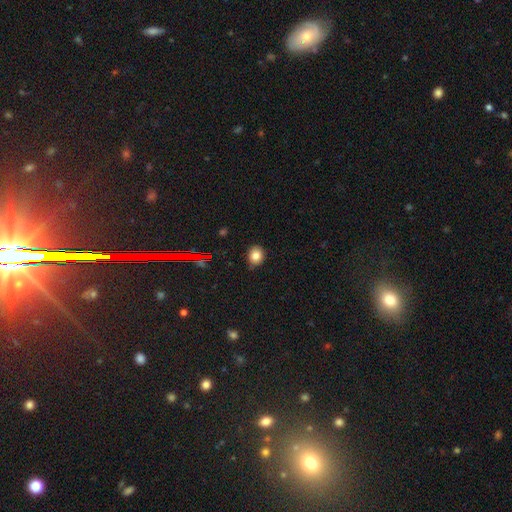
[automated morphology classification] Smooth or featured?
  - smooth: 81% *
  - star or artifact: 12%
  - featured or disk: 6%
How rounded?
  - round: 62% *
  - in between: 37%
  - cigar-shaped: 1%
Merging?
  - none: 81% *
  - minor disturbance: 15%
  - major disturbance: 2%
  - merger: 1%